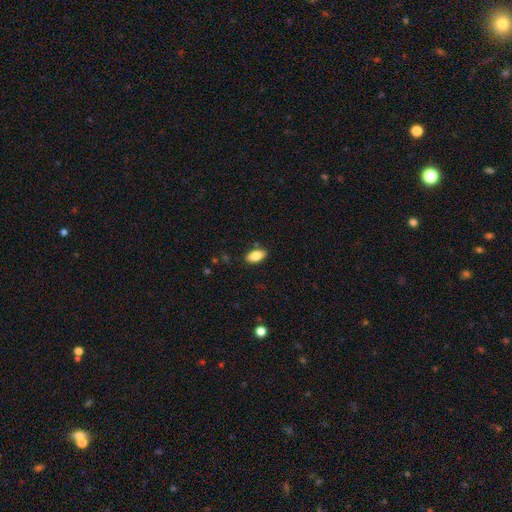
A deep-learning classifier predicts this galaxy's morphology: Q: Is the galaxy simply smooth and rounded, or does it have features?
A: smooth — 83%.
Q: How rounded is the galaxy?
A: in between — 92%.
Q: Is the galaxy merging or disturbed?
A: none — 86%.